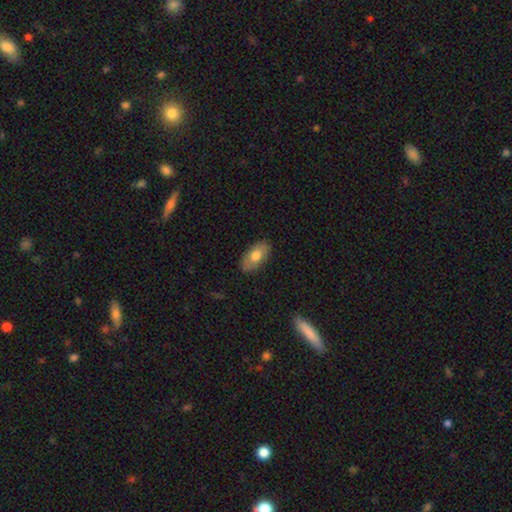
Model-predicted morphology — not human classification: This appears to be a smooth galaxy with no disk features (73%) that is in between round and cigar-shaped (93%). Merging: none (84%).